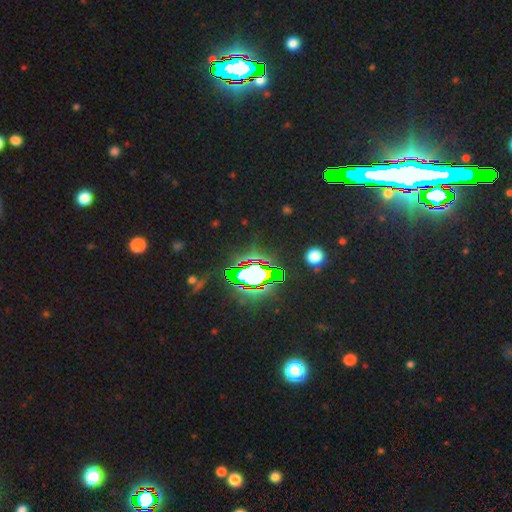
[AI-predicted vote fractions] This appears to be a star or artifact, not a galaxy (79%).